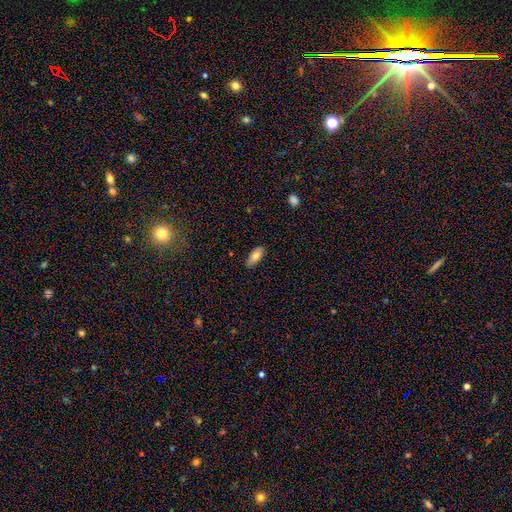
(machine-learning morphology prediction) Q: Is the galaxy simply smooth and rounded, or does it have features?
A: smooth — 79%.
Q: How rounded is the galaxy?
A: in between — 84%.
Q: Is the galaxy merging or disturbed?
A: none — 82%.